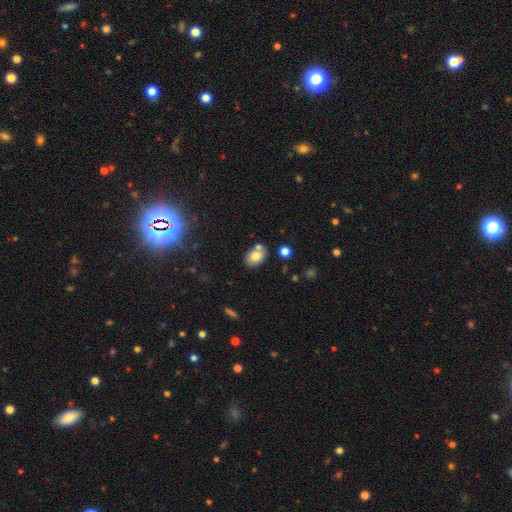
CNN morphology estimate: Overall: smooth (77%). How rounded: in between (78%). Merging: none (65%).